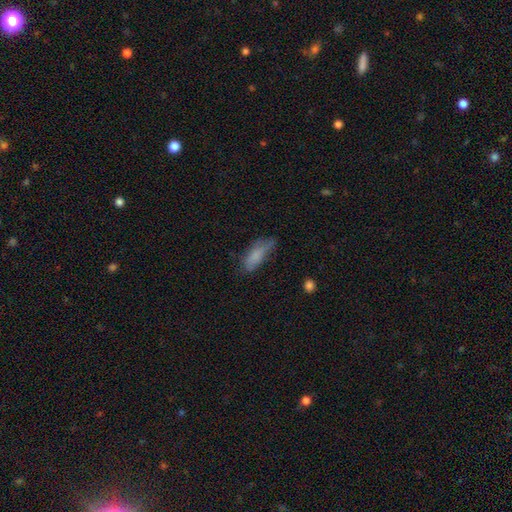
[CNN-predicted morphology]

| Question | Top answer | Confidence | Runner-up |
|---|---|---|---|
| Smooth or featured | smooth | 76% | featured or disk (15%) |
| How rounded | in between | 60% | cigar-shaped (38%) |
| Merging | none | 48% | minor disturbance (34%) |